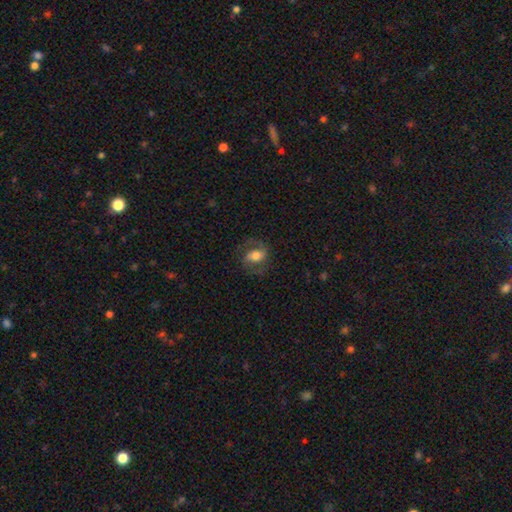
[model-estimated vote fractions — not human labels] Q: Smooth or featured?
A: featured or disk (51%); runner-up: smooth (41%)
Q: Edge-on disk?
A: no (94%); runner-up: yes (6%)
Q: Merging?
A: none (69%); runner-up: minor disturbance (17%)